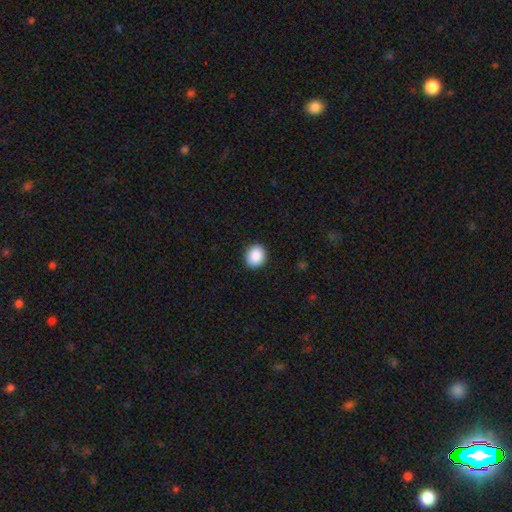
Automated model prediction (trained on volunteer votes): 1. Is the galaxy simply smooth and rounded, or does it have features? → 89% smooth, 8% star or artifact, 3% featured or disk.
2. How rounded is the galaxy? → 72% round, 27% in between, 1% cigar-shaped.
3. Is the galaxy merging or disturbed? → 91% none, 6% minor disturbance, 2% major disturbance, 1% merger.